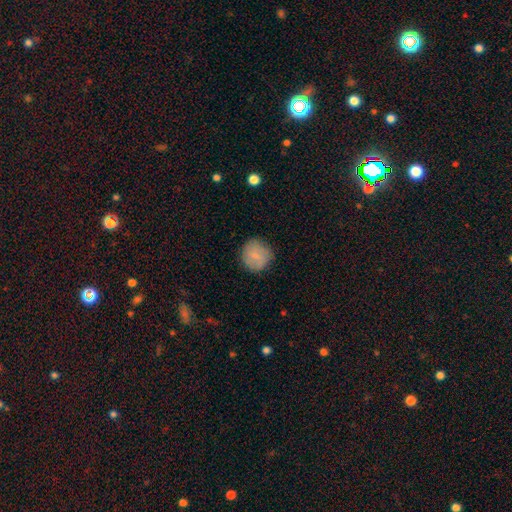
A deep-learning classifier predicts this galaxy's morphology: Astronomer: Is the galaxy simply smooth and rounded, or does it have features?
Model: smooth — 81%.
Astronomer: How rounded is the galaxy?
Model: round — 91%.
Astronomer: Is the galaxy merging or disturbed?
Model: none — 82%.